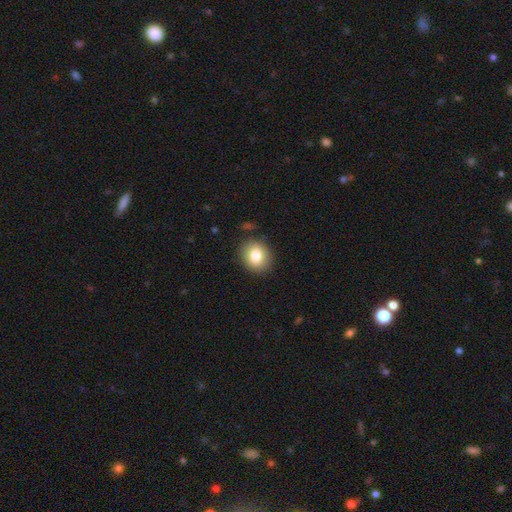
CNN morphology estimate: Q: Smooth or featured?
A: smooth (81%); runner-up: featured or disk (10%)
Q: How rounded?
A: round (69%); runner-up: in between (30%)
Q: Merging?
A: none (87%); runner-up: minor disturbance (9%)